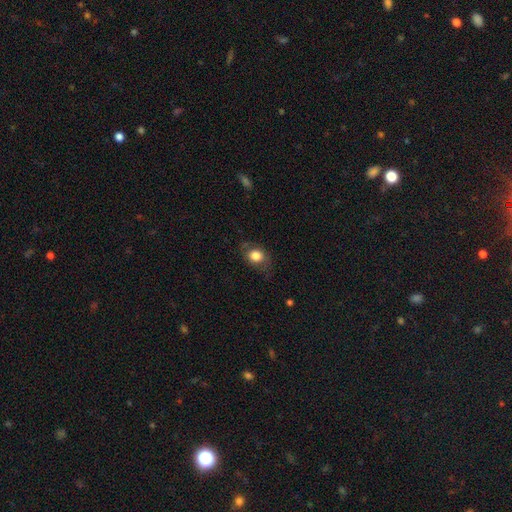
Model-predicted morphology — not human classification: This is likely a smooth galaxy (77%). How rounded: possibly in between (53%). Merging: likely none (66%).